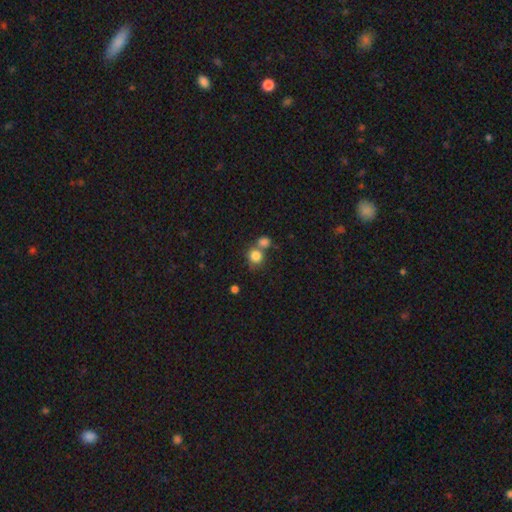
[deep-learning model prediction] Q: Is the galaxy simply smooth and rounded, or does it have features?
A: smooth — 83%.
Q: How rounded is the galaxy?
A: round — 82%.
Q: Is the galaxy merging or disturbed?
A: none — 48%.